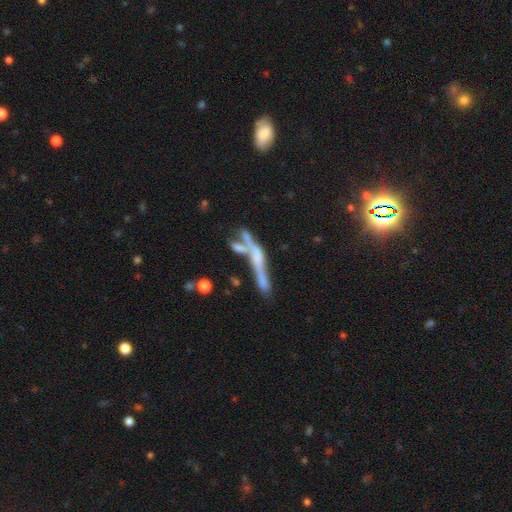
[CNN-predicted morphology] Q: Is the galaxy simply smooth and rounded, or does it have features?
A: featured or disk — 61%.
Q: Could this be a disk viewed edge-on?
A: yes — 75%.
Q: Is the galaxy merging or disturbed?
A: merger — 41%.